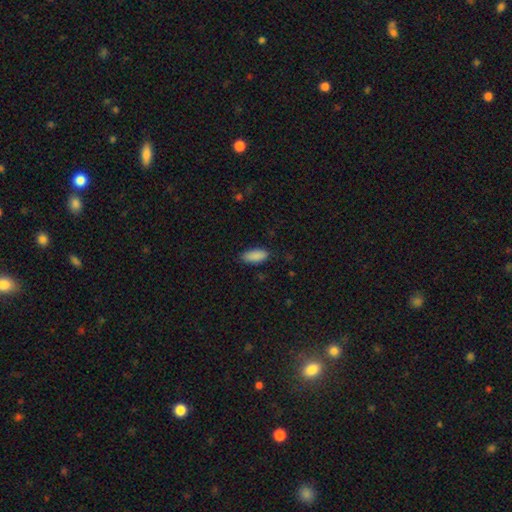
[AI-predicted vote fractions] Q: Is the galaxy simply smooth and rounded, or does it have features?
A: smooth — 90%.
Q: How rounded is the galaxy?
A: in between — 85%.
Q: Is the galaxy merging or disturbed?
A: none — 86%.